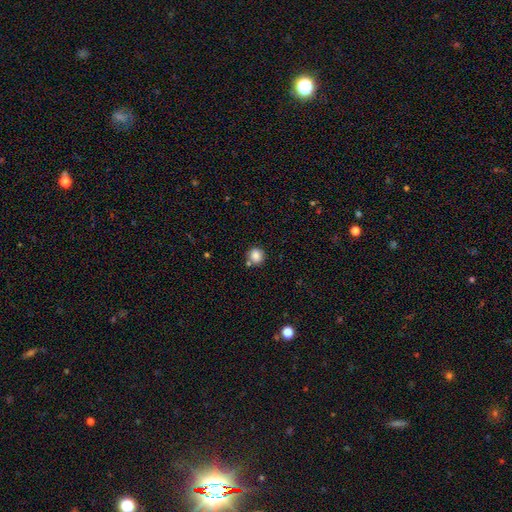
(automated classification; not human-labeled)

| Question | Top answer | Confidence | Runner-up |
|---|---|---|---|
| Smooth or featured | smooth | 85% | star or artifact (10%) |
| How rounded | round | 90% | in between (9%) |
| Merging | none | 77% | merger (11%) |